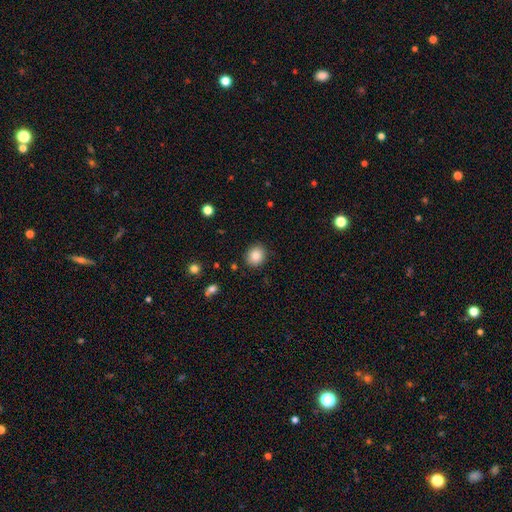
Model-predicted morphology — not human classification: This is clearly a smooth galaxy (85%). How rounded: likely round (77%). Merging: clearly none (88%).